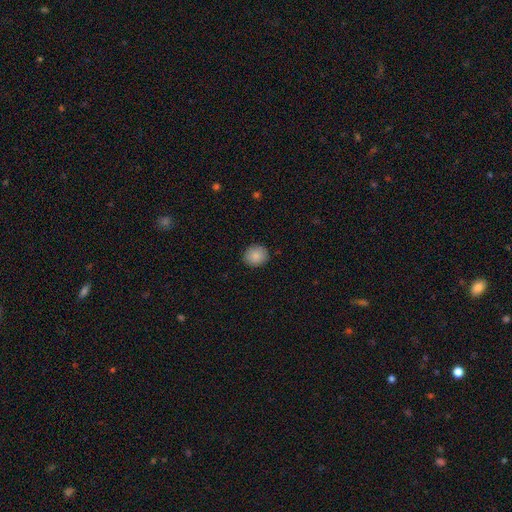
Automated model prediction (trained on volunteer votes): A smooth galaxy with no disk features (87%) that is round (79%).

Vote fractions:
- Smooth or featured? smooth: 87% / star or artifact: 8% / featured or disk: 5%
- How rounded? round: 79% / in between: 20% / cigar-shaped: 1%
- Merging? none: 89% / minor disturbance: 8% / major disturbance: 2% / merger: 1%